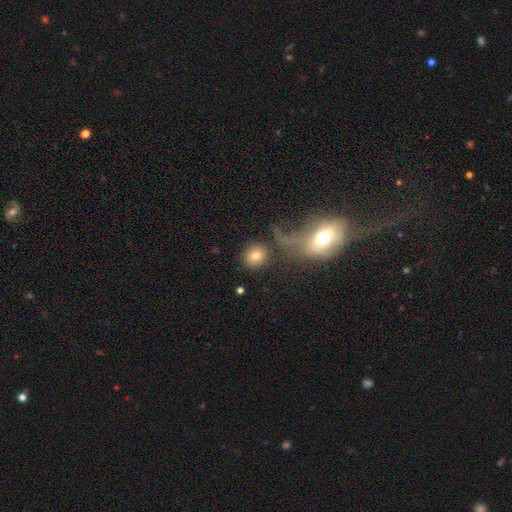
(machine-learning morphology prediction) type=smooth (78%); roundness=round (84%); merging=none (71%).